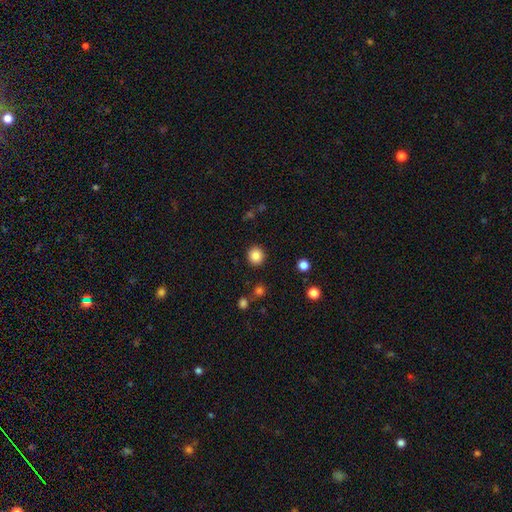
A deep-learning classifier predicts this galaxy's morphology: A smooth galaxy with no disk features (86%) that is round (91%). Merging: none (91%).